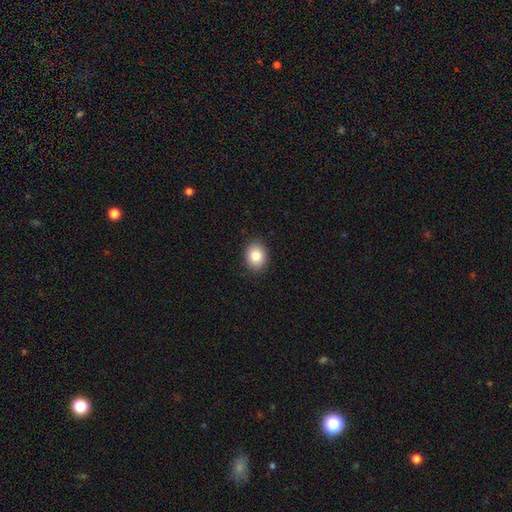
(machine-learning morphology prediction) A smooth galaxy with no disk features (84%) that is in between round and cigar-shaped (50%). Merging: none (90%).